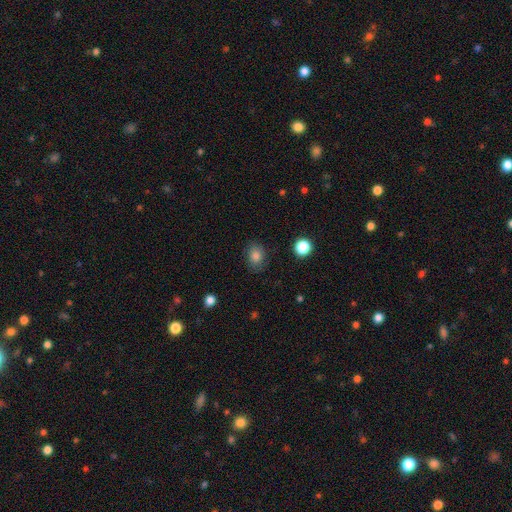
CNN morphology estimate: Smooth or featured? Predicted: smooth (p=0.83). How rounded? Predicted: in between (p=0.57). Merging? Predicted: none (p=0.80).